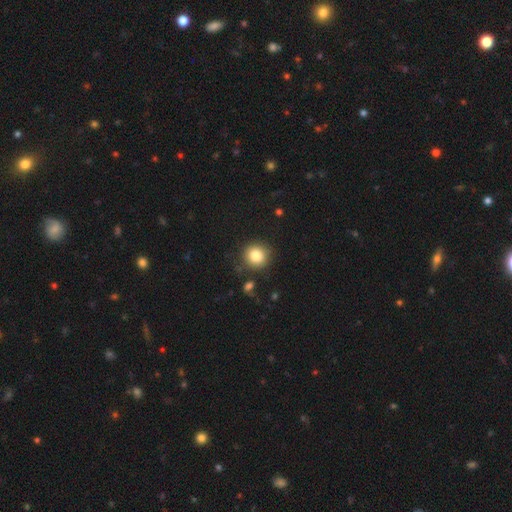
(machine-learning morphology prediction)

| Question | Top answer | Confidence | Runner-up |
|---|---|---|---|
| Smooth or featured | smooth | 83% | star or artifact (10%) |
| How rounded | round | 90% | in between (9%) |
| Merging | none | 84% | minor disturbance (10%) |